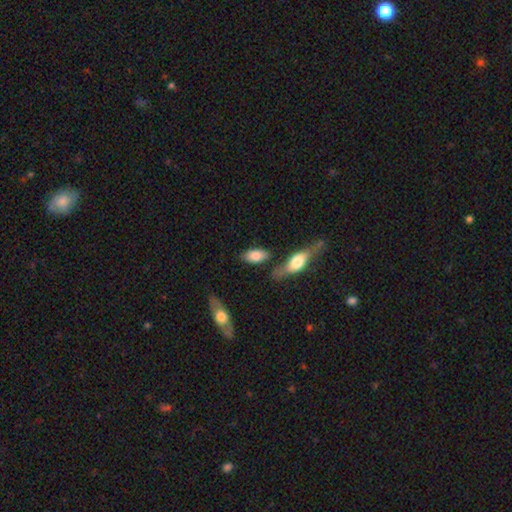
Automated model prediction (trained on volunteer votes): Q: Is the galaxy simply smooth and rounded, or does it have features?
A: smooth — 80%.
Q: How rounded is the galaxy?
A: in between — 88%.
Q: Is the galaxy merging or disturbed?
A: none — 70%.